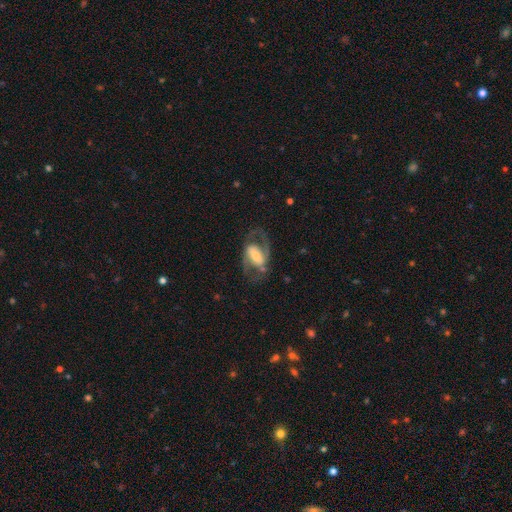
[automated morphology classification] This is clearly a featured or disk galaxy (81%). It is clearly not viewed edge-on (96%). Bar: possibly strong (46%). Spiral arm pattern: clearly yes (88%). Spiral arm count: clearly 2 (89%). Spiral winding: possibly medium (57%). Central bulge: marginally moderate (40%). Merging: likely none (67%).